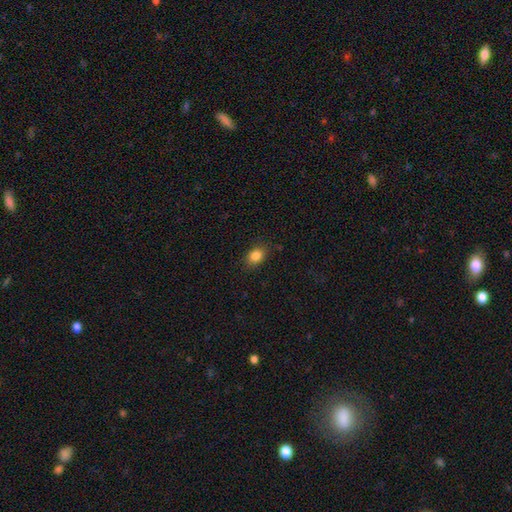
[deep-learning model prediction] The model was most divided on "how rounded": in between: 67%, round: 31%, cigar-shaped: 1%. More confident: smooth or featured — smooth (85%); merging — none (84%).